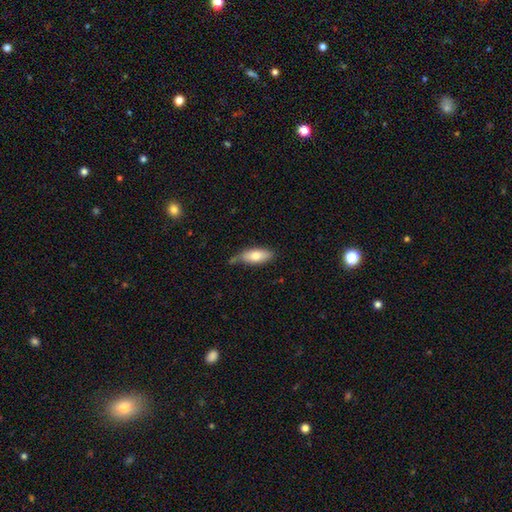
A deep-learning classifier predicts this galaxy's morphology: Q: Smooth or featured?
A: smooth (74%); runner-up: featured or disk (19%)
Q: How rounded?
A: in between (78%); runner-up: cigar-shaped (20%)
Q: Merging?
A: none (61%); runner-up: minor disturbance (27%)